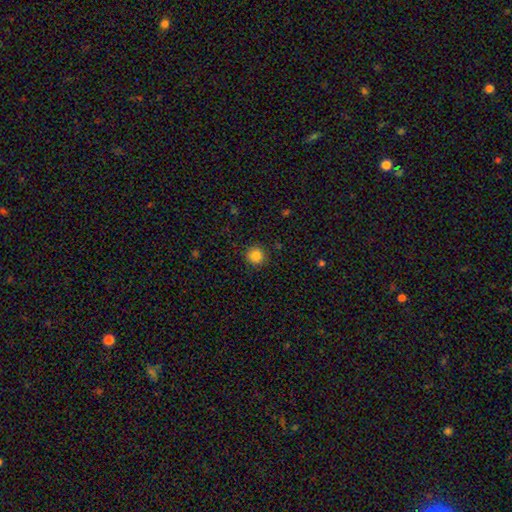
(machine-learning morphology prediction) smooth-or-featured: smooth: 86% | star or artifact: 11% | featured or disk: 3%
  how-rounded: round: 94% | in between: 5% | cigar-shaped: 1%
  merging: none: 90% | minor disturbance: 7% | major disturbance: 2% | merger: 1%